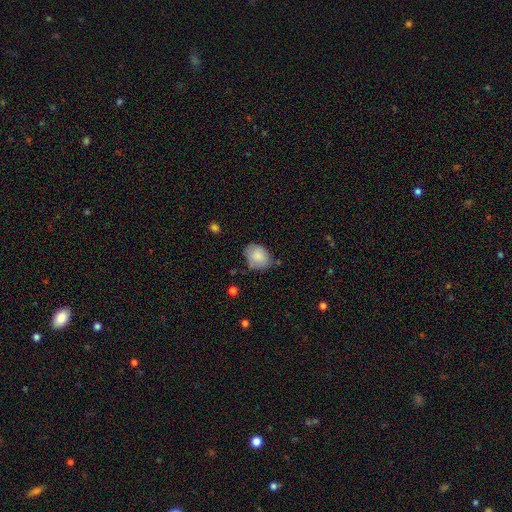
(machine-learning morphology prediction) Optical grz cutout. It shows a smooth galaxy with no disk features (83%) that is in between round and cigar-shaped (58%). Merging: none (60%).